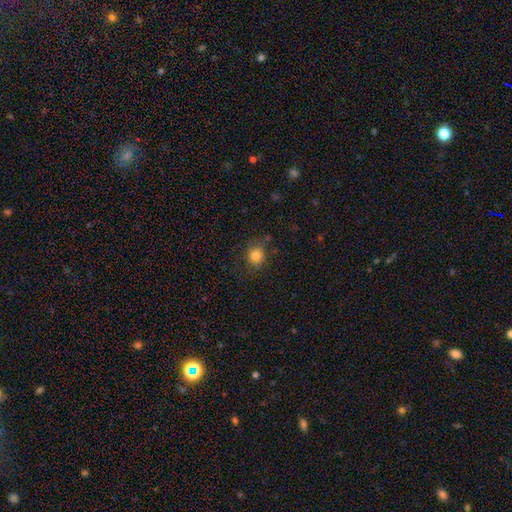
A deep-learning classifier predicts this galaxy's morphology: Smooth or featured?
  - smooth: 81% *
  - star or artifact: 12%
  - featured or disk: 7%
How rounded?
  - round: 79% *
  - in between: 20%
  - cigar-shaped: 1%
Merging?
  - none: 78% *
  - minor disturbance: 15%
  - major disturbance: 5%
  - merger: 2%